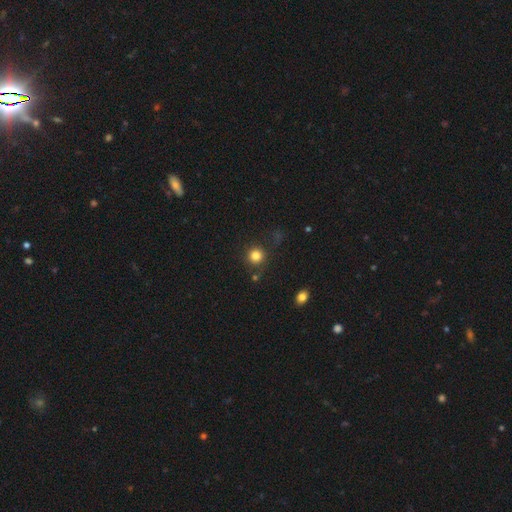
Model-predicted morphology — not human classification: type=smooth (83%); roundness=round (92%); merging=none (81%).